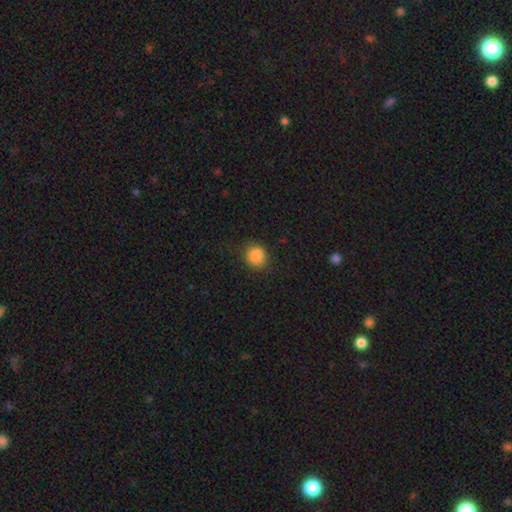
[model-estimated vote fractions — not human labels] Overall: smooth (87%). How rounded: round (80%). Merging: none (81%).